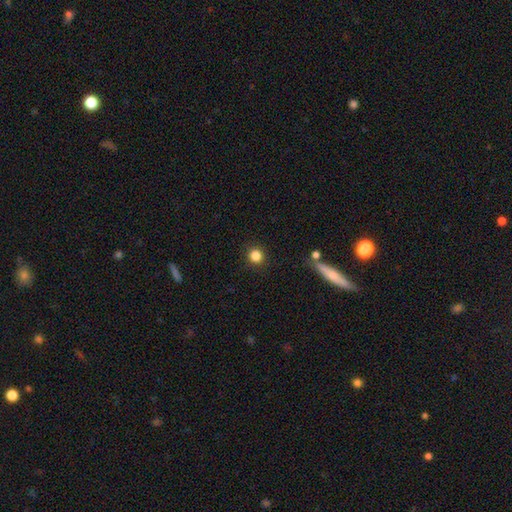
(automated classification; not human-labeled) Smooth or featured?
  - smooth: 85% *
  - star or artifact: 11%
  - featured or disk: 4%
How rounded?
  - round: 91% *
  - in between: 8%
  - cigar-shaped: 1%
Merging?
  - none: 89% *
  - minor disturbance: 6%
  - major disturbance: 3%
  - merger: 2%